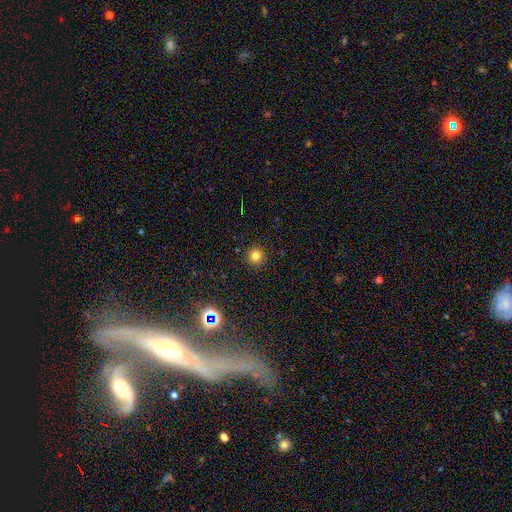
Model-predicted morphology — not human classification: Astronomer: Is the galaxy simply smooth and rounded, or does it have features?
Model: smooth — 80%.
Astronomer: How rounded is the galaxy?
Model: round — 94%.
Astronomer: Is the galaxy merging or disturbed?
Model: none — 91%.